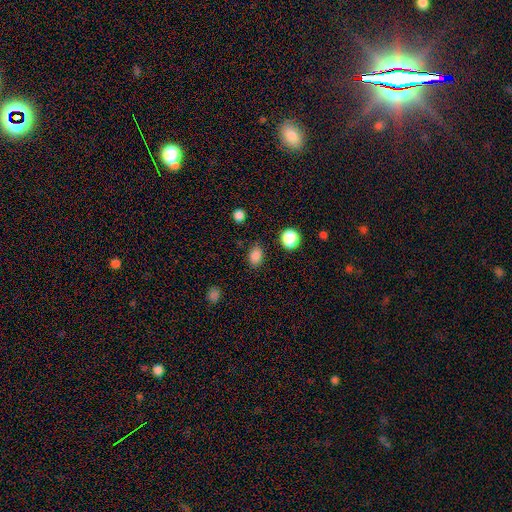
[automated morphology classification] smooth-or-featured: smooth: 84% | star or artifact: 12% | featured or disk: 4%
  how-rounded: in between: 70% | round: 29% | cigar-shaped: 1%
  merging: none: 84% | minor disturbance: 11% | major disturbance: 3% | merger: 2%